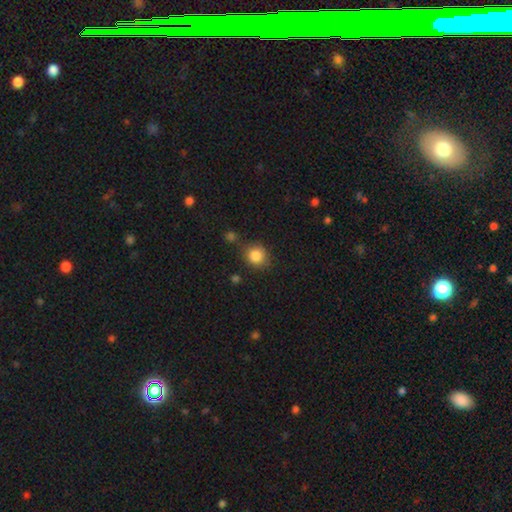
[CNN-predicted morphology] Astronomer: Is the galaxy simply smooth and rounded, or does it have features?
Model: smooth — 85%.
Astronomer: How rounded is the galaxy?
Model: round — 81%.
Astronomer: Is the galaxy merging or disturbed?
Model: none — 76%.